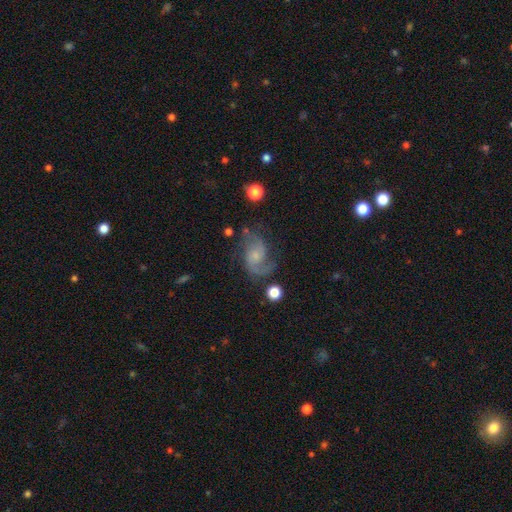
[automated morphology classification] A featured or disk galaxy (80%) with no bar (64%), 2 (82%) medium (47%) spiral arms (95%) and a small central bulge (53%).

Vote fractions:
- Smooth or featured? featured or disk: 80% / smooth: 12% / star or artifact: 8%
- Edge-on disk? no: 98% / yes: 2%
- Bar? no: 64% / weak: 31% / strong: 5%
- Spiral arms? yes: 95% / no: 5%
- Spiral winding? medium: 47% / loose: 39% / tight: 14%
- Spiral arm count? 2: 82% / 1: 8% / can't tell: 5% / 3: 2% / 4: 1% / more than 4: 1%
- Bulge size? small: 53% / moderate: 26% / none: 16% / large: 4% / dominant: 1%
- Merging? none: 62% / minor disturbance: 20% / major disturbance: 15% / merger: 3%